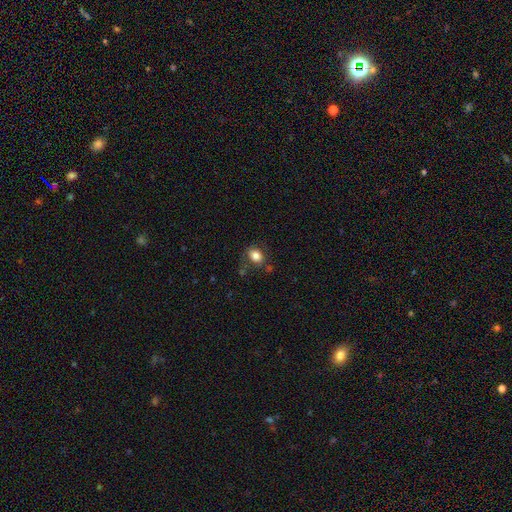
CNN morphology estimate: Smooth or featured? smooth (81%)
How rounded? in between (64%)
Merging? none (68%)